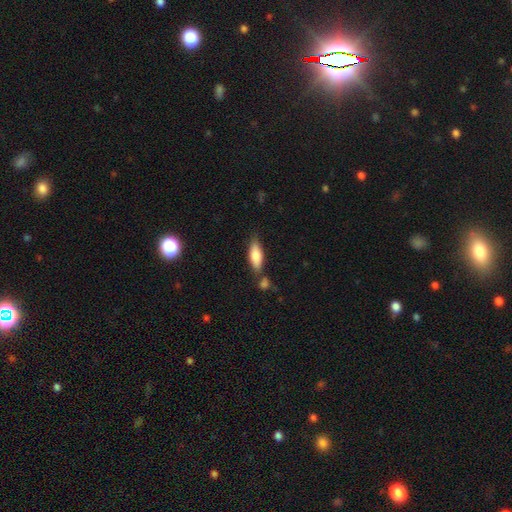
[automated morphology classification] Smooth or featured? Predicted: smooth (p=0.76). How rounded? Predicted: in between (p=0.66). Merging? Predicted: none (p=0.69).